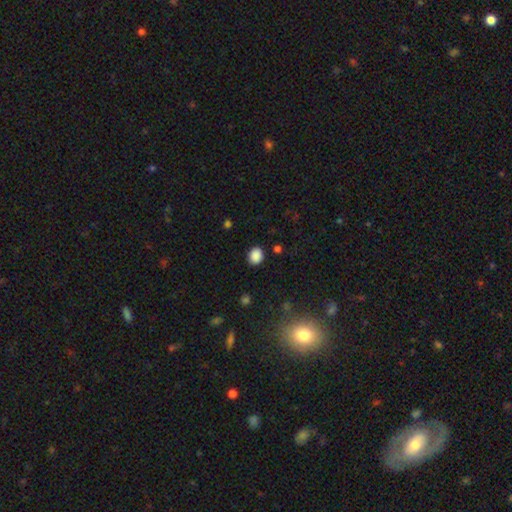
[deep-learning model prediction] This is clearly a smooth galaxy (87%). How rounded: possibly round (59%). Merging: clearly none (87%).